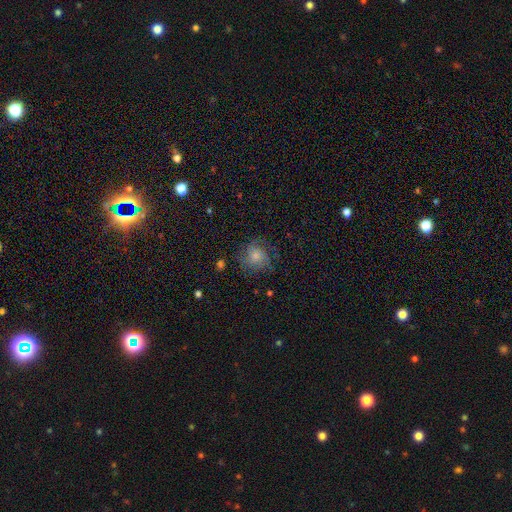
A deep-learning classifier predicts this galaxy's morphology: This appears to be a featured or disk galaxy (48%). Merging: none (73%).